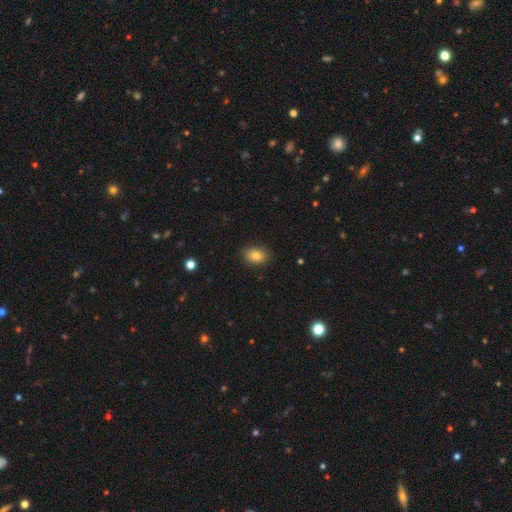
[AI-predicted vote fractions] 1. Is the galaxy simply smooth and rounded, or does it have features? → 83% smooth, 9% star or artifact, 8% featured or disk.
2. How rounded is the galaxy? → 75% in between, 24% round, 1% cigar-shaped.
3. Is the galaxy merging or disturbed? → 87% none, 10% minor disturbance, 3% major disturbance, 1% merger.